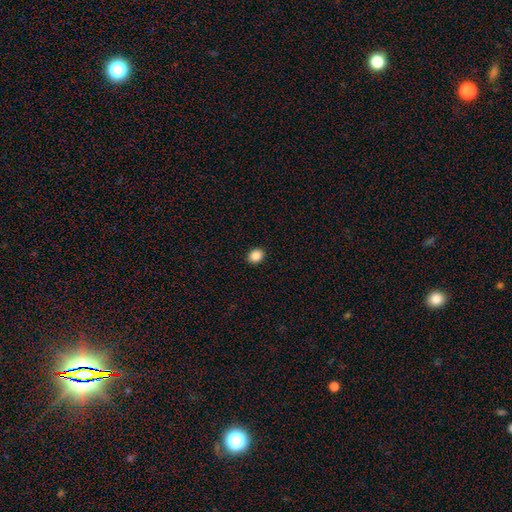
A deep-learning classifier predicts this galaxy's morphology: smooth-or-featured: smooth: 87% | star or artifact: 9% | featured or disk: 3%
  how-rounded: round: 59% | in between: 40% | cigar-shaped: 1%
  merging: none: 91% | minor disturbance: 6% | major disturbance: 2% | merger: 1%